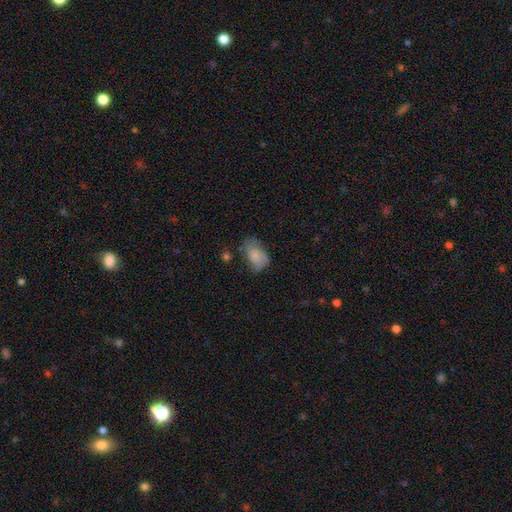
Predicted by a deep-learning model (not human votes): Morphology: type=smooth (72%); roundness=in between (89%); merging=none (49%).